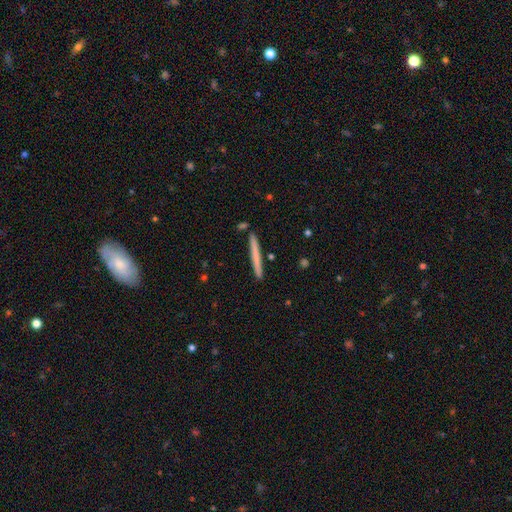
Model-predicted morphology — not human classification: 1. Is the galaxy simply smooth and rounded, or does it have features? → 67% smooth, 28% featured or disk, 6% star or artifact.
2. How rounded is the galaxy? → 97% cigar-shaped, 2% in between, 1% round.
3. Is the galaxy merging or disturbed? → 90% none, 6% minor disturbance, 3% merger, 1% major disturbance.